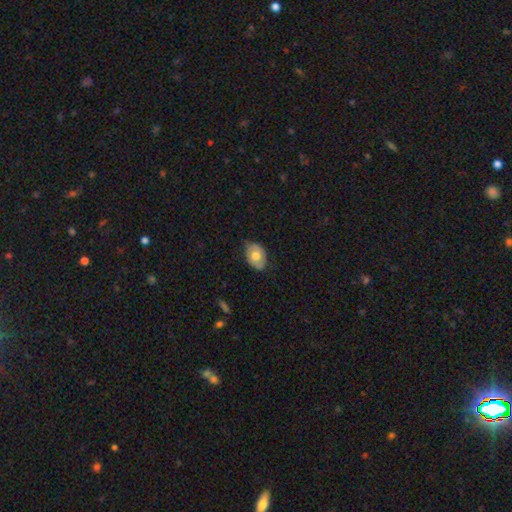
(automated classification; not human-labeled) smooth-or-featured: smooth: 60% | featured or disk: 33% | star or artifact: 7%
  how-rounded: in between: 82% | round: 17% | cigar-shaped: 1%
  merging: none: 74% | minor disturbance: 22% | major disturbance: 4% | merger: 1%